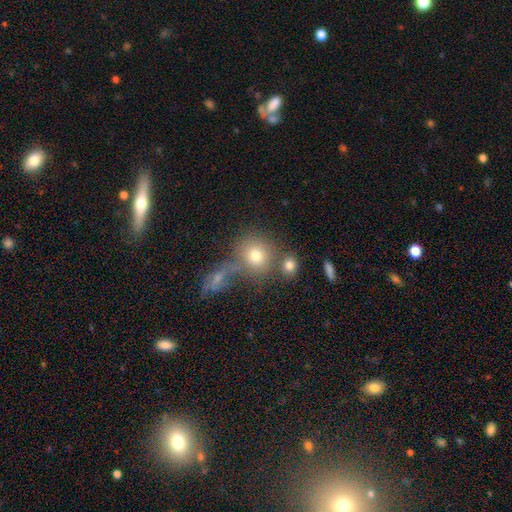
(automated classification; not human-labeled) Q: Smooth or featured?
A: smooth (74%); runner-up: featured or disk (13%)
Q: How rounded?
A: round (83%); runner-up: in between (15%)
Q: Merging?
A: none (52%); runner-up: merger (32%)